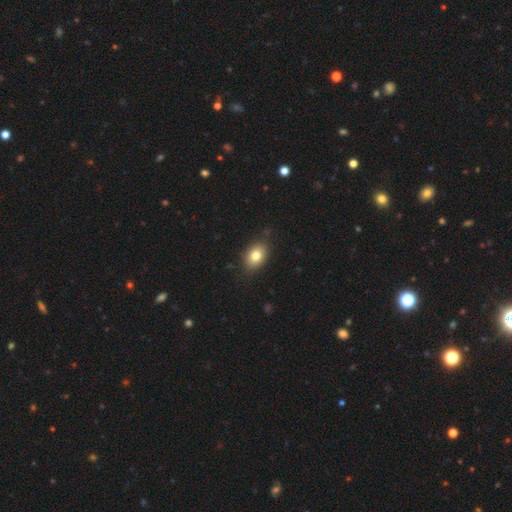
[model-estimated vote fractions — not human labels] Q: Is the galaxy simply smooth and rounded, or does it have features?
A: smooth — 80%.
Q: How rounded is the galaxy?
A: in between — 75%.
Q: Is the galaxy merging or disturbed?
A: none — 82%.